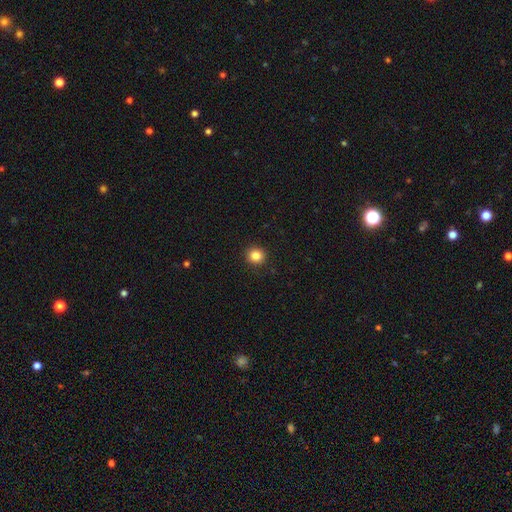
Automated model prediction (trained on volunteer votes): A smooth galaxy with no disk features (84%) that is round (90%).

Vote fractions:
- Smooth or featured? smooth: 84% / star or artifact: 11% / featured or disk: 5%
- How rounded? round: 90% / in between: 9% / cigar-shaped: 1%
- Merging? none: 92% / minor disturbance: 5% / major disturbance: 2% / merger: 1%